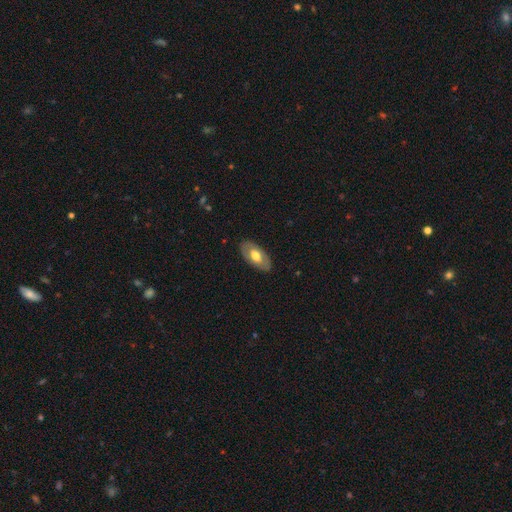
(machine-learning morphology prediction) Q: Smooth or featured?
A: smooth (52%); runner-up: featured or disk (43%)
Q: How rounded?
A: in between (93%); runner-up: round (4%)
Q: Merging?
A: none (85%); runner-up: minor disturbance (11%)